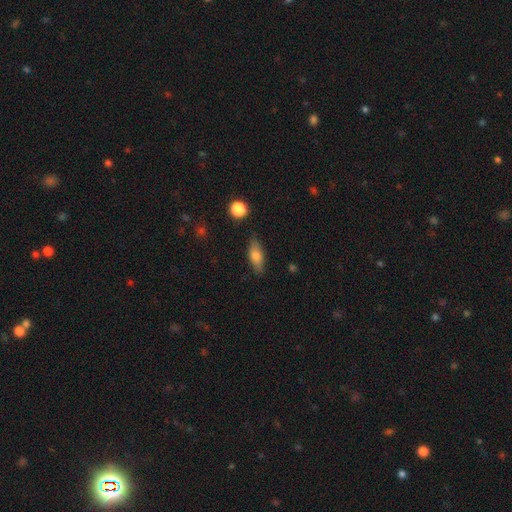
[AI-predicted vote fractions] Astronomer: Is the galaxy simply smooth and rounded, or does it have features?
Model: smooth — 70%.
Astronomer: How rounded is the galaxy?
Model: in between — 69%.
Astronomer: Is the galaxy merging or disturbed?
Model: none — 80%.